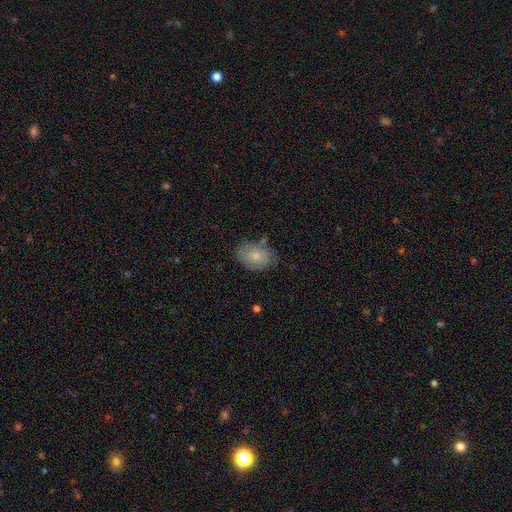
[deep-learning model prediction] Smooth or featured?
  - smooth: 68% *
  - featured or disk: 24%
  - star or artifact: 7%
How rounded?
  - in between: 81% *
  - round: 18%
  - cigar-shaped: 1%
Merging?
  - none: 62% *
  - minor disturbance: 25%
  - major disturbance: 7%
  - merger: 6%